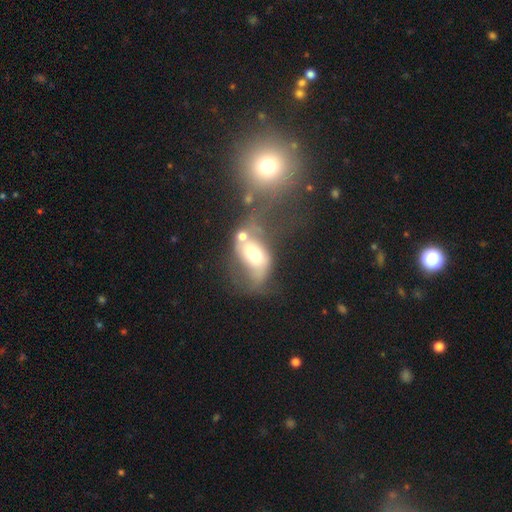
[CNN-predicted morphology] Q: Smooth or featured?
A: featured or disk (46%); runner-up: smooth (43%)
Q: Merging?
A: merger (39%); runner-up: major disturbance (31%)